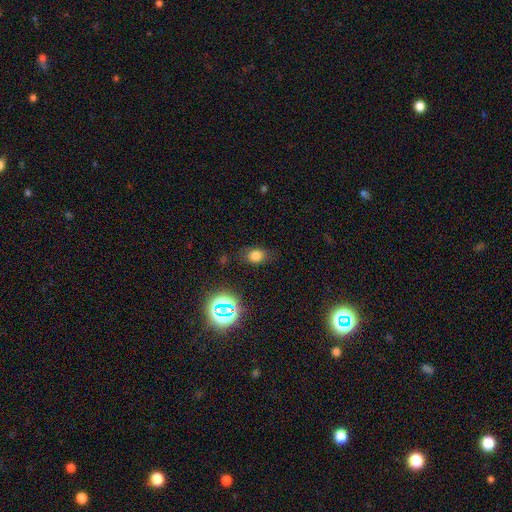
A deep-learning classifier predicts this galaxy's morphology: Smooth or featured? Predicted: smooth (p=0.72). How rounded? Predicted: in between (p=0.61). Merging? Predicted: none (p=0.76).